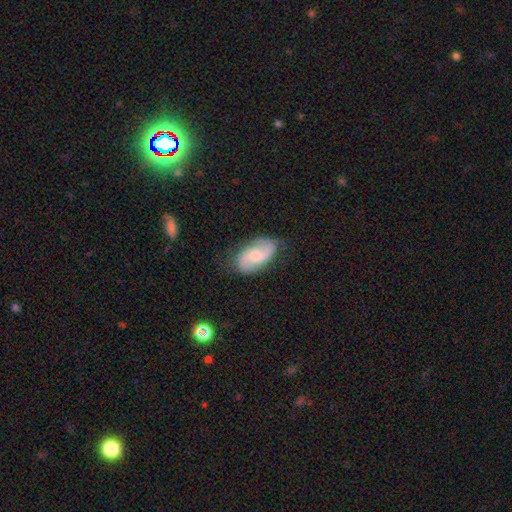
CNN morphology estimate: Smooth or featured? featured or disk (70%)
Edge-on disk? no (97%)
Bar? weak (46%)
Spiral arms? yes (93%)
Spiral winding? loose (49%)
Spiral arm count? 2 (89%)
Bulge size? moderate (46%)
Merging? none (74%)